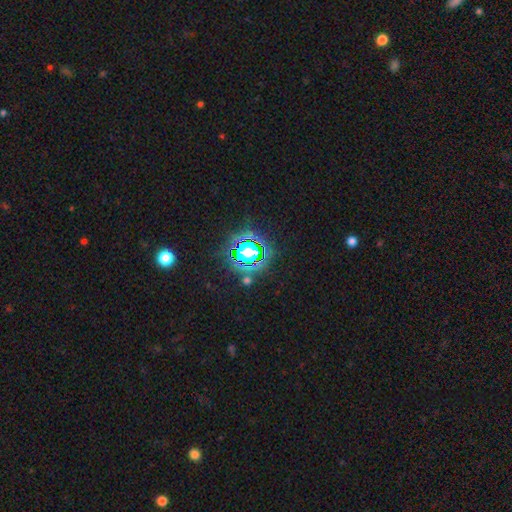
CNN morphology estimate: smooth_or_featured: star or artifact (p=0.81) [alt: smooth p=0.12]